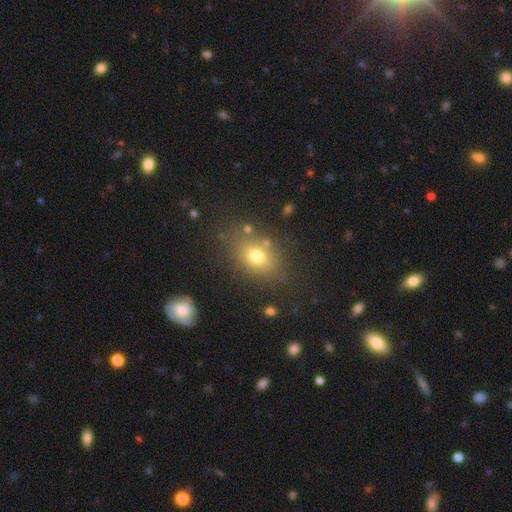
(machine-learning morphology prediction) smooth-or-featured: smooth: 72% | star or artifact: 14% | featured or disk: 13%
  how-rounded: in between: 71% | round: 27% | cigar-shaped: 2%
  merging: none: 77% | minor disturbance: 13% | major disturbance: 5% | merger: 4%